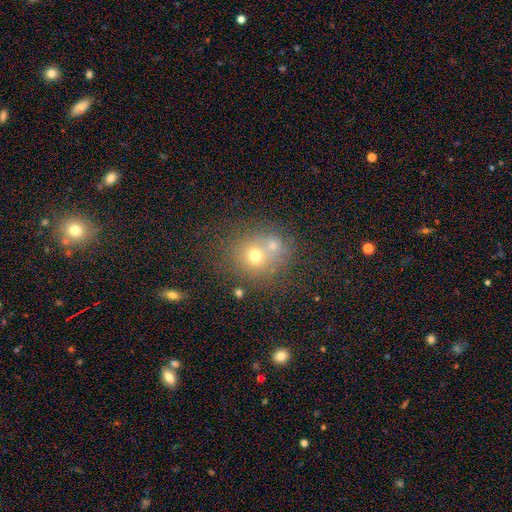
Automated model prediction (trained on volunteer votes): Smooth or featured: smooth — 64% (featured or disk — 20%)
How rounded: round — 79% (in between — 20%)
Merging: none — 43% (tied with merger — 43%)